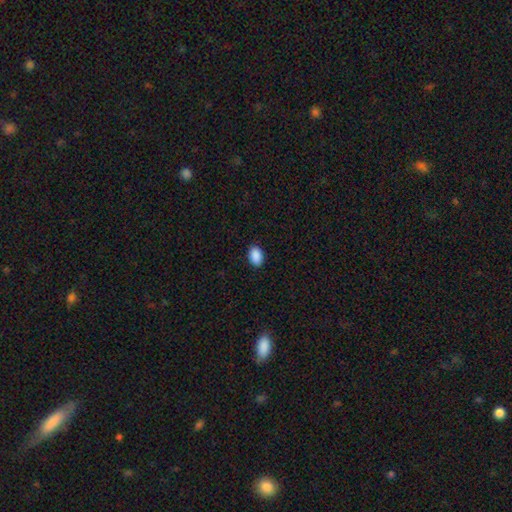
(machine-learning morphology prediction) Smooth or featured: smooth — 90% (star or artifact — 7%)
How rounded: in between — 87% (round — 12%)
Merging: none — 90% (minor disturbance — 7%)